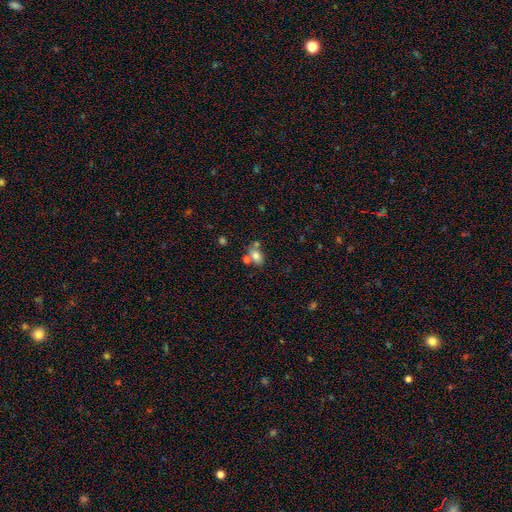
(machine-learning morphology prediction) Q: Smooth or featured?
A: smooth (75%); runner-up: featured or disk (14%)
Q: How rounded?
A: in between (78%); runner-up: round (20%)
Q: Merging?
A: none (53%); runner-up: merger (27%)